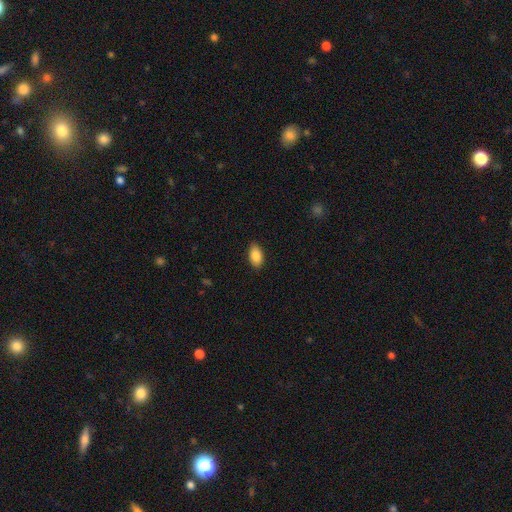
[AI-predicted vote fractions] Overall: smooth (88%). How rounded: in between (93%). Merging: none (87%).